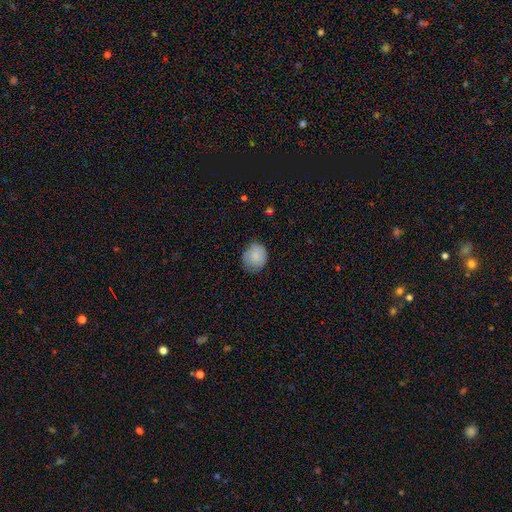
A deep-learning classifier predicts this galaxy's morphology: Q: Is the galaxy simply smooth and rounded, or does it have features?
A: smooth — 84%.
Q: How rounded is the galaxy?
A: round — 76%.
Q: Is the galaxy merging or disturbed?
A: none — 70%.